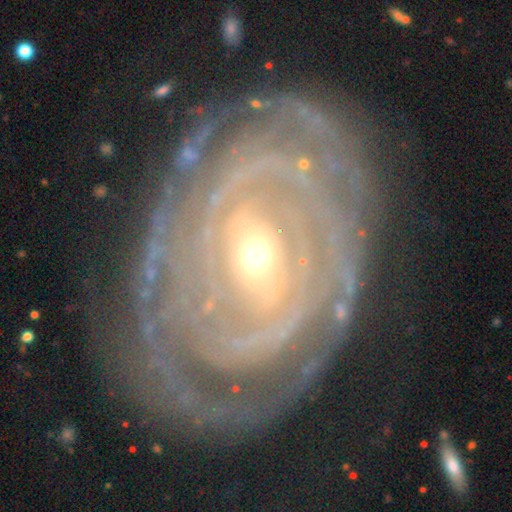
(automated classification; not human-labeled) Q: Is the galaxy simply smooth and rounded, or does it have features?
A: featured or disk — 87%.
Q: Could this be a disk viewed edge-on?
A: no — 95%.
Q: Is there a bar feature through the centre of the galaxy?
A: weak — 40%.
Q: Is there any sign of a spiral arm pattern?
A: yes — 94%.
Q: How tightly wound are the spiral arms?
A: tight — 84%.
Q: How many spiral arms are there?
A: can't tell — 39%.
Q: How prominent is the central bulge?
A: small — 60%.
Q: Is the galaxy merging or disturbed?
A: none — 78%.